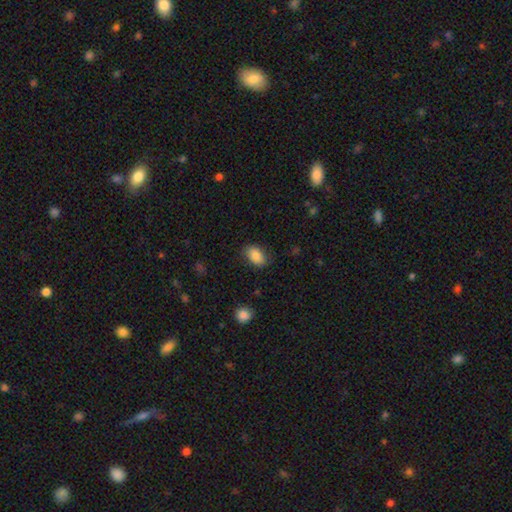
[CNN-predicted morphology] The model was most divided on "merging": none: 81%, minor disturbance: 14%, major disturbance: 4%, merger: 1%. More confident: how rounded — in between (88%); smooth or featured — smooth (85%).